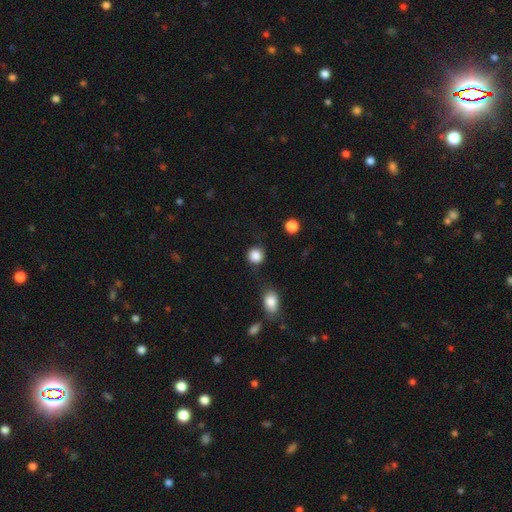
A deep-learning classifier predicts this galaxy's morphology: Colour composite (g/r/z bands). It shows a smooth galaxy with no disk features (86%) that is round (89%). Merging: none (77%).